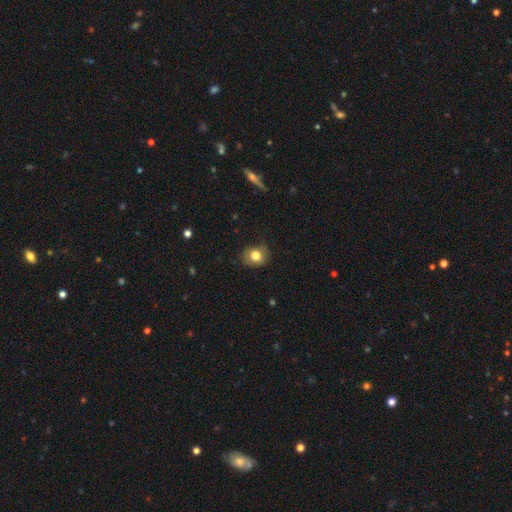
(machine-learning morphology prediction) Q: Smooth or featured?
A: smooth (79%); runner-up: featured or disk (12%)
Q: How rounded?
A: round (56%); runner-up: in between (43%)
Q: Merging?
A: none (76%); runner-up: minor disturbance (19%)